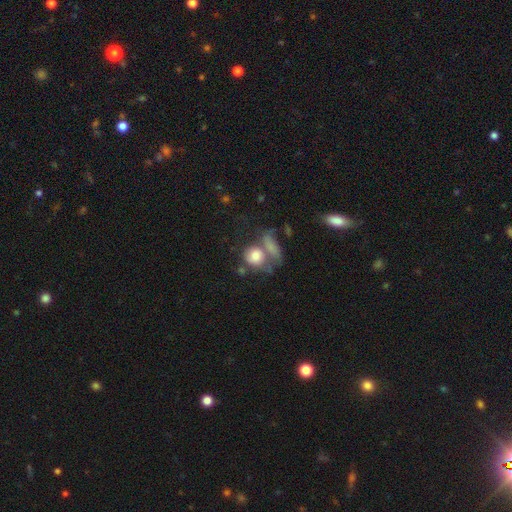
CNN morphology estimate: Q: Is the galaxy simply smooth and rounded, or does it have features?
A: smooth — 76%.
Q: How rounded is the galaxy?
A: round — 65%.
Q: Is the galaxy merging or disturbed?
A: merger — 42%.